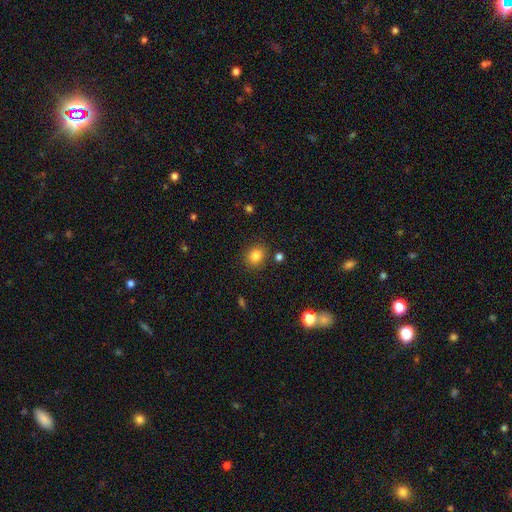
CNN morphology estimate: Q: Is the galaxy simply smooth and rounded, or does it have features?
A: smooth — 83%.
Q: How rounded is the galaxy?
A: round — 66%.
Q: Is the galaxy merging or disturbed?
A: none — 84%.